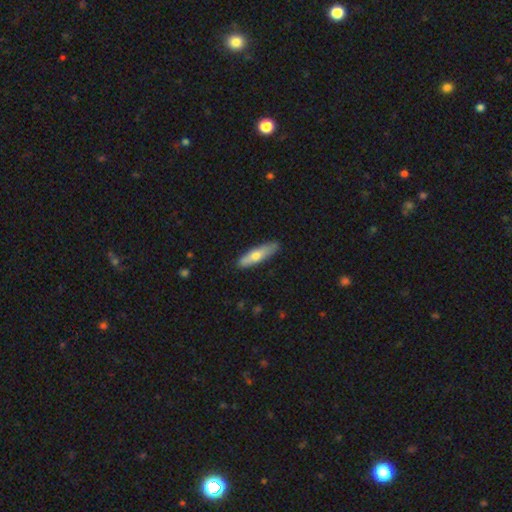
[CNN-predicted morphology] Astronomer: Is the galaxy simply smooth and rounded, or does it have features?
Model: smooth — 63%.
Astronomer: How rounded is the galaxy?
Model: cigar-shaped — 69%.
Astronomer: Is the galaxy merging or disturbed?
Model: none — 84%.